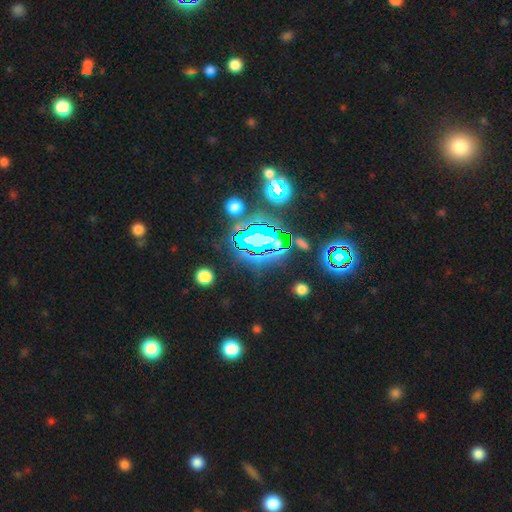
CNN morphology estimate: Smooth or featured? Predicted: star or artifact (p=0.82).